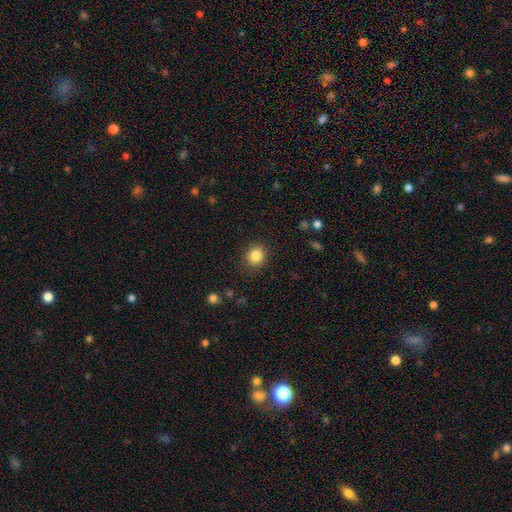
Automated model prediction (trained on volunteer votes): smooth_or_featured: smooth (p=0.84) [alt: star or artifact p=0.11]
how_rounded: round (p=0.83) [alt: in between p=0.16]
merging: none (p=0.88) [alt: minor disturbance p=0.08]